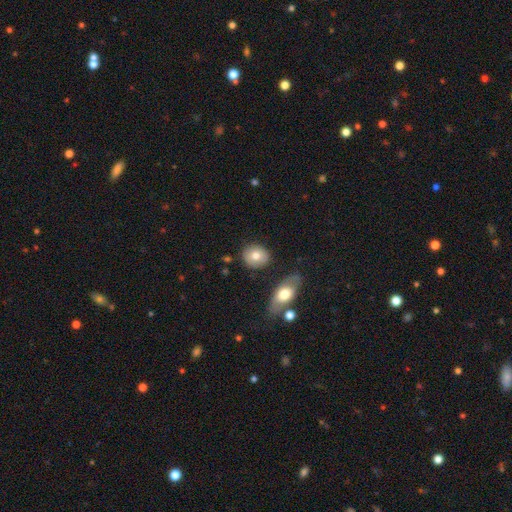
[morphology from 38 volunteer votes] smooth-or-featured: smooth: 76% | featured or disk: 18% | star or artifact: 5%
  how-rounded: round: 69% | in between: 31% | cigar-shaped: 0%
  merging: none: 83% | minor disturbance: 8% | merger: 6% | major disturbance: 3%